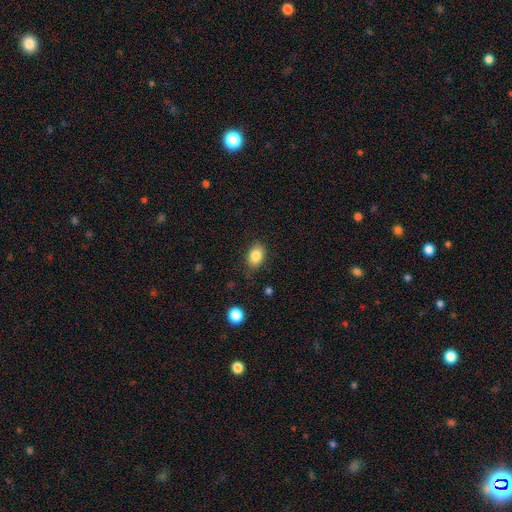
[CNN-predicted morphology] smooth 85%, star or artifact 9%, featured or disk 6%. Down the decision tree: how rounded — in between (77%); merging — none (80%).